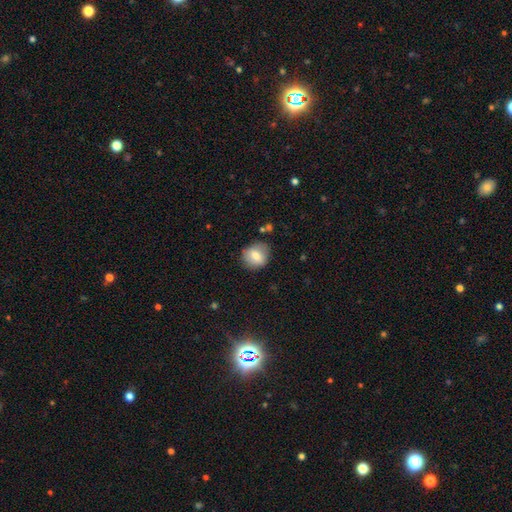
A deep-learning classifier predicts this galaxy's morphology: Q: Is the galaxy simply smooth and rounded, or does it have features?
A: smooth — 72%.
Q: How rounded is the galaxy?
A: round — 79%.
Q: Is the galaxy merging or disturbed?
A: none — 83%.